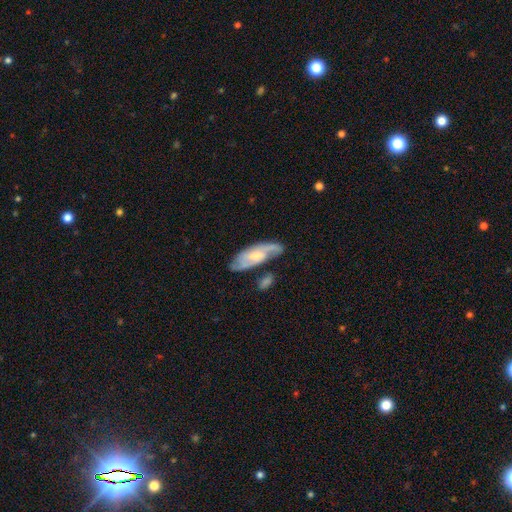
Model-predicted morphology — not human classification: Overall: featured or disk (71%). Edge-on disk: no (87%). Bar: no (47%; weak 42%). Spiral arms: yes (90%). Spiral arm count: 2 (68%). Spiral winding: medium (46%; tight 34%). Bulge size: moderate (52%; small 39%). Merging: none (65%).